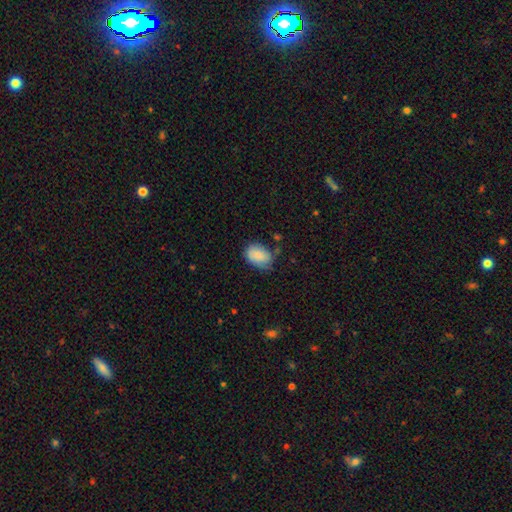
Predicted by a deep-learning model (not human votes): This is clearly a smooth galaxy (84%). How rounded: likely in between (79%). Merging: likely none (62%).